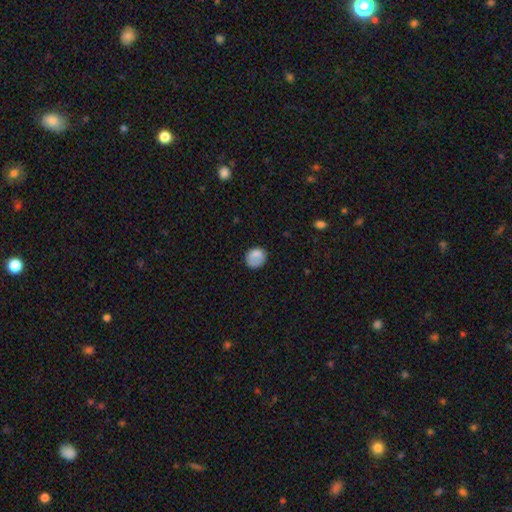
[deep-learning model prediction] Q: Smooth or featured?
A: smooth (80%); runner-up: featured or disk (12%)
Q: How rounded?
A: round (70%); runner-up: in between (29%)
Q: Merging?
A: none (68%); runner-up: minor disturbance (21%)